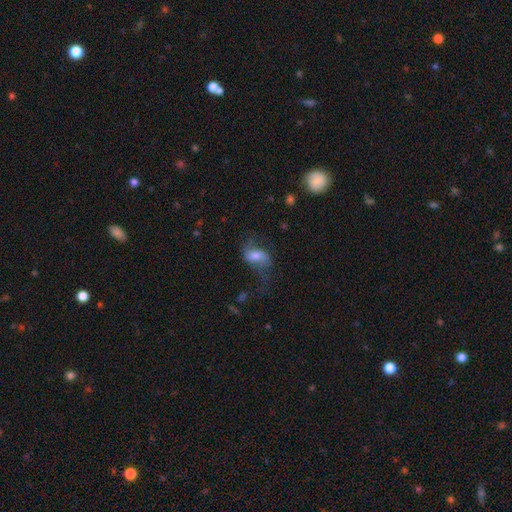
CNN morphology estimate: Q: Smooth or featured?
A: featured or disk (46%); runner-up: smooth (44%)
Q: Merging?
A: none (41%); runner-up: major disturbance (34%)